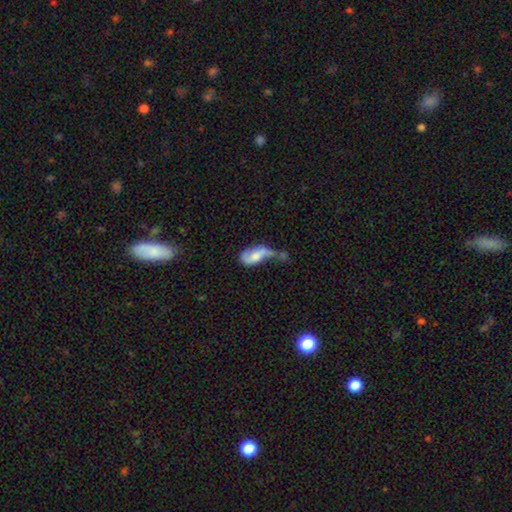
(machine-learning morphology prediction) Smooth or featured? smooth (48%)
Merging? major disturbance (32%)